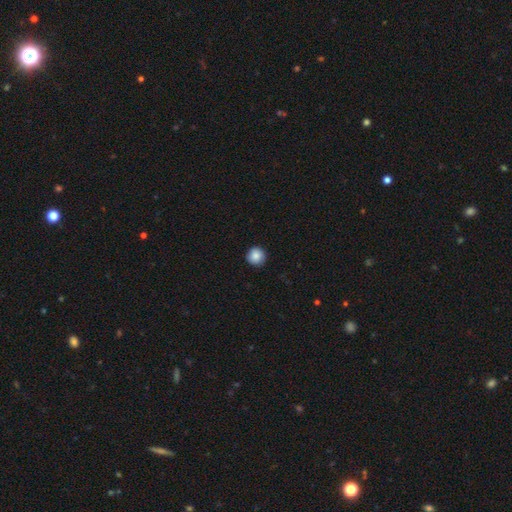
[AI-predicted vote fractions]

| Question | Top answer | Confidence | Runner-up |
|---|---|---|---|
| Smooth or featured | smooth | 88% | star or artifact (9%) |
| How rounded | round | 96% | in between (3%) |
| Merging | none | 92% | minor disturbance (6%) |